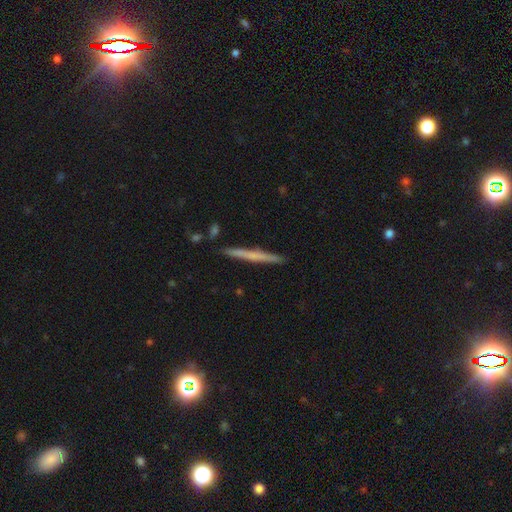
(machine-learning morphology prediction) A smooth galaxy with no disk features (51%) that is cigar-shaped (97%).

Vote fractions:
- Smooth or featured? smooth: 51% / featured or disk: 44% / star or artifact: 5%
- How rounded? cigar-shaped: 97% / in between: 2% / round: 1%
- Merging? none: 90% / minor disturbance: 7% / merger: 2% / major disturbance: 1%